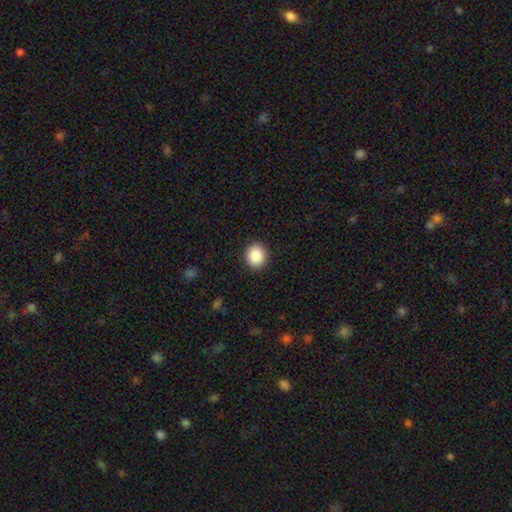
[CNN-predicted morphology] Smooth or featured? smooth (87%)
How rounded? round (83%)
Merging? none (92%)